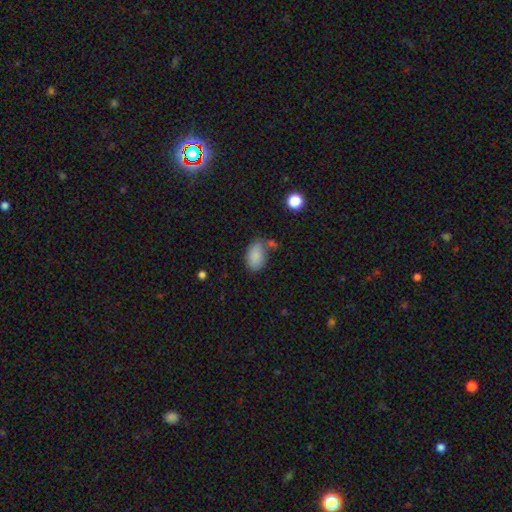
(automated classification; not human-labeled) Smooth or featured? Predicted: smooth (p=0.85). How rounded? Predicted: in between (p=0.91). Merging? Predicted: none (p=0.58).